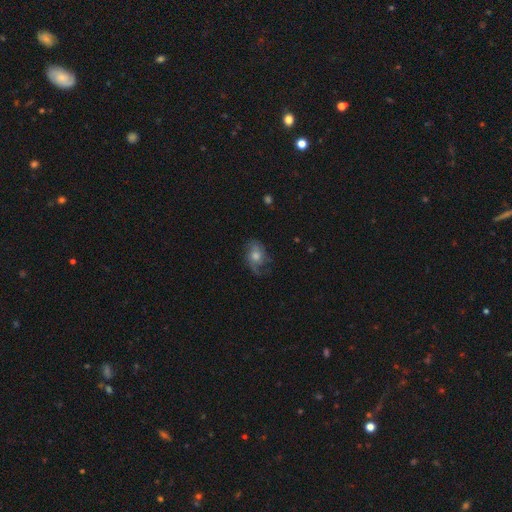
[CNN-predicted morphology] smooth-or-featured: featured or disk: 62% | smooth: 27% | star or artifact: 10%
  disk-edge-on: no: 96% | yes: 4%
    bar: no: 75% | weak: 21% | strong: 4%
    has-spiral-arms: yes: 87% | no: 13%
      spiral-winding: medium: 43% | loose: 36% | tight: 21%
      spiral-arm-count: 2: 53% | can't tell: 19% | 1: 13% | 3: 10% | 4: 3% | more than 4: 3%
    bulge-size: moderate: 63% | small: 20% | large: 13% | none: 2% | dominant: 2%
  merging: none: 64% | minor disturbance: 22% | major disturbance: 13% | merger: 1%